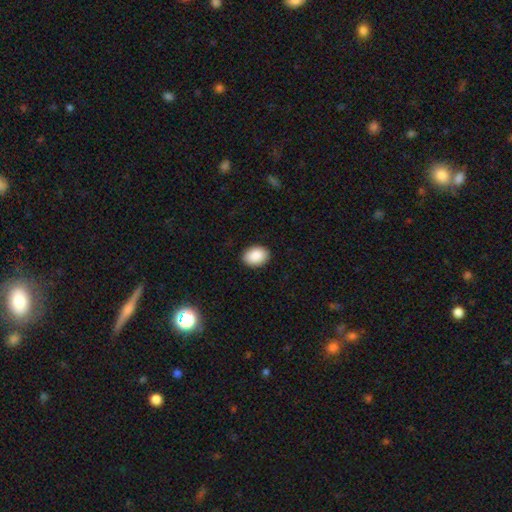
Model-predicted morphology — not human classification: This is clearly a smooth galaxy (90%). How rounded: likely in between (79%). Merging: clearly none (90%).